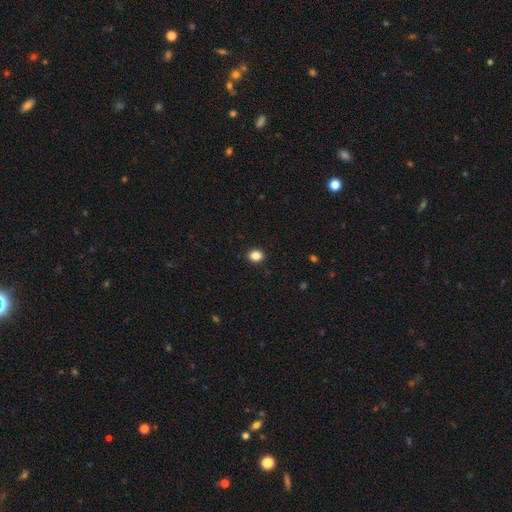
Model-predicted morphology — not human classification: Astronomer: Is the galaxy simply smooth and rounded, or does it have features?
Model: smooth — 86%.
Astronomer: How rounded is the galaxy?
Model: round — 57% (runner-up: in between, 42%).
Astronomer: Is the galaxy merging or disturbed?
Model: none — 91%.